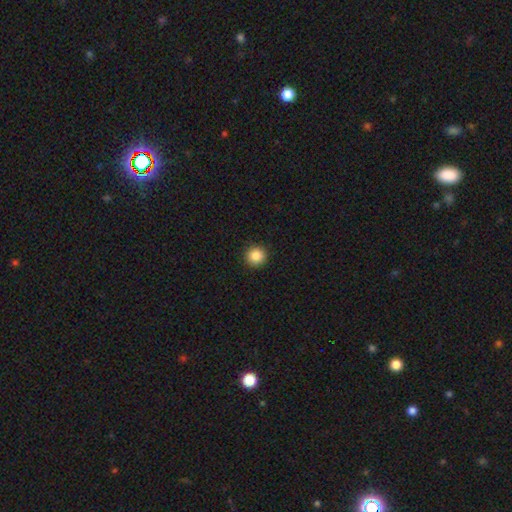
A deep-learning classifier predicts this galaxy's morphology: Overall: smooth (86%). How rounded: round (95%). Merging: none (93%).